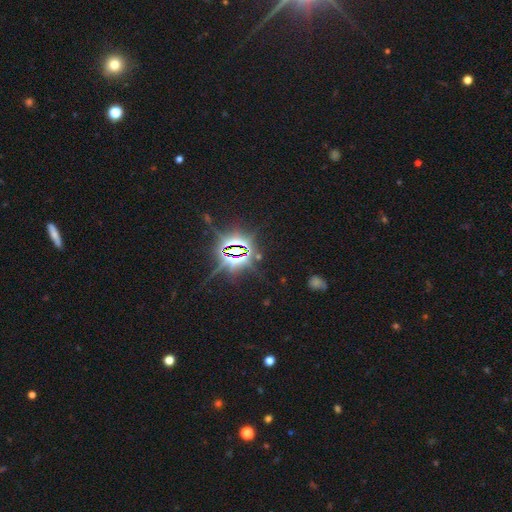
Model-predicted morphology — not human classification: Smooth or featured? star or artifact (85%)